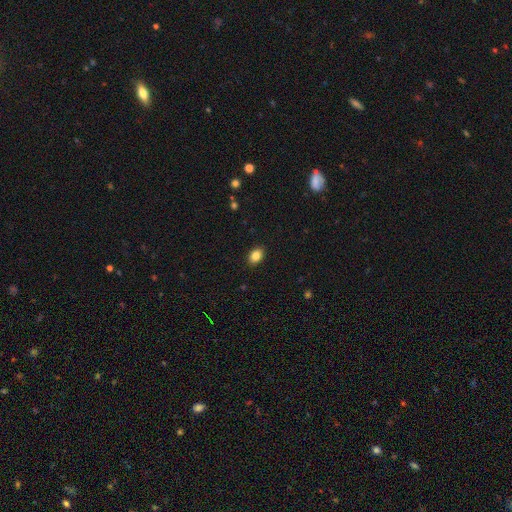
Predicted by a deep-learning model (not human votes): Smooth or featured? Predicted: smooth (p=0.85). How rounded? Predicted: in between (p=0.74). Merging? Predicted: none (p=0.90).